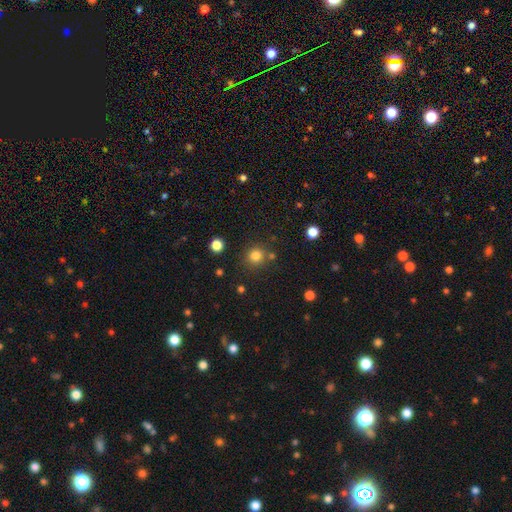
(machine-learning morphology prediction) A smooth galaxy with no disk features (81%) that is round (92%).

Vote fractions:
- Smooth or featured? smooth: 81% / star or artifact: 14% / featured or disk: 5%
- How rounded? round: 92% / in between: 7% / cigar-shaped: 1%
- Merging? none: 80% / minor disturbance: 9% / merger: 8% / major disturbance: 3%